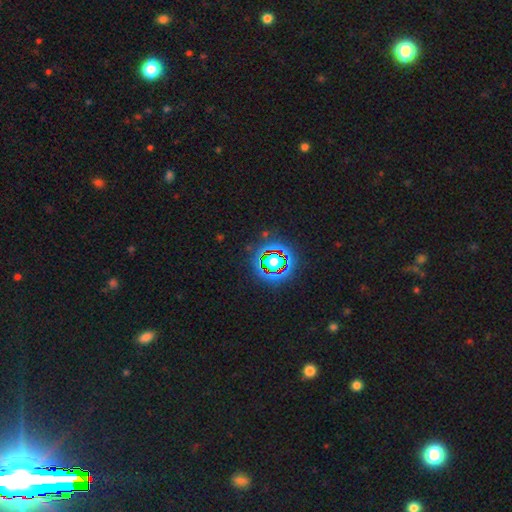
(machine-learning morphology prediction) This is likely a star or artifact rather than a galaxy (74%).